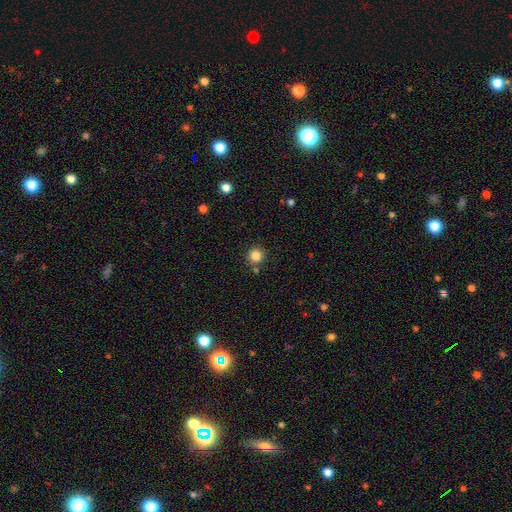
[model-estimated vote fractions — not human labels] This appears to be a smooth galaxy with no disk features (83%) that is round (93%). Merging: none (84%).